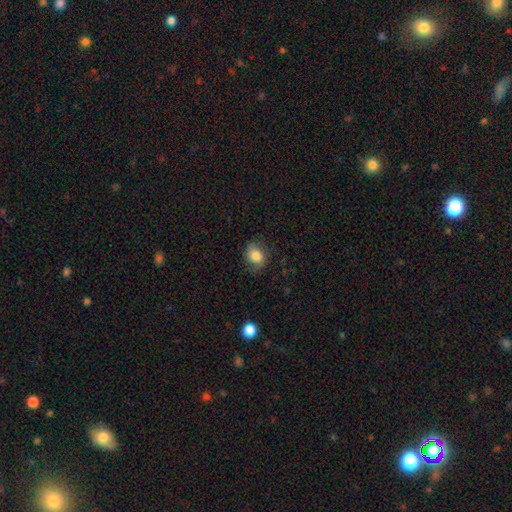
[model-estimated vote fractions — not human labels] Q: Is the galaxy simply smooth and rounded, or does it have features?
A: smooth — 70%.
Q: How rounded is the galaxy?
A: in between — 52%.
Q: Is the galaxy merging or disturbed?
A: none — 69%.